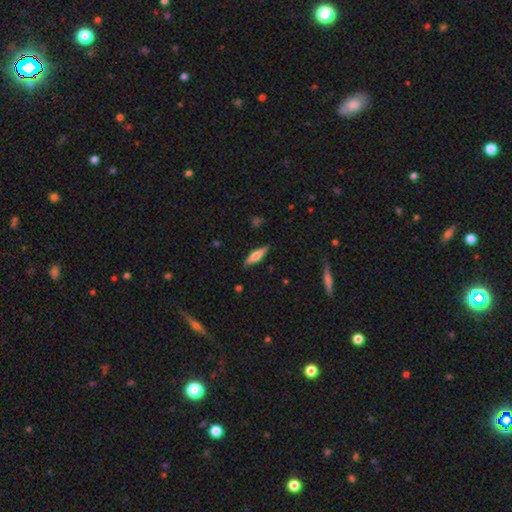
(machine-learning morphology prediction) This appears to be a featured or disk galaxy (52%) viewed edge-on (95%). Merging: none (87%).